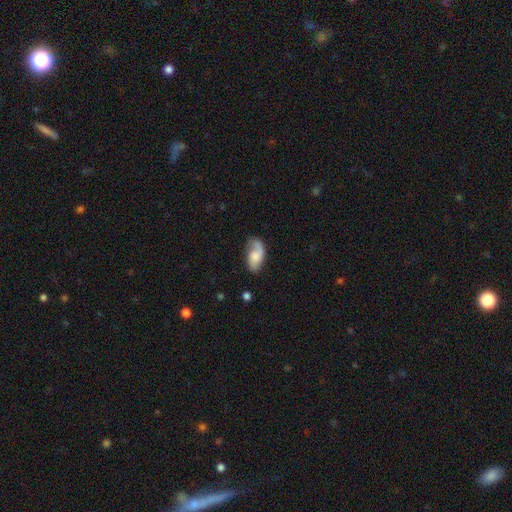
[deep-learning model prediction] A featured or disk galaxy (49%).

Vote fractions:
- Smooth or featured? featured or disk: 49% / smooth: 44% / star or artifact: 7%
- Merging? none: 50% / minor disturbance: 28% / major disturbance: 19% / merger: 3%